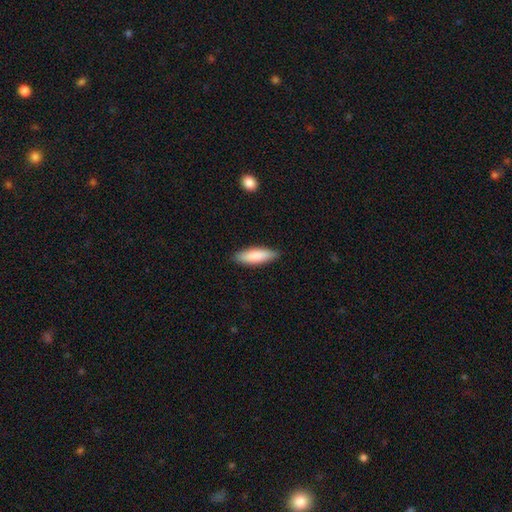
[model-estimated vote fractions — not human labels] Overall: smooth (84%). How rounded: cigar-shaped (51%; in between 48%). Merging: none (87%).